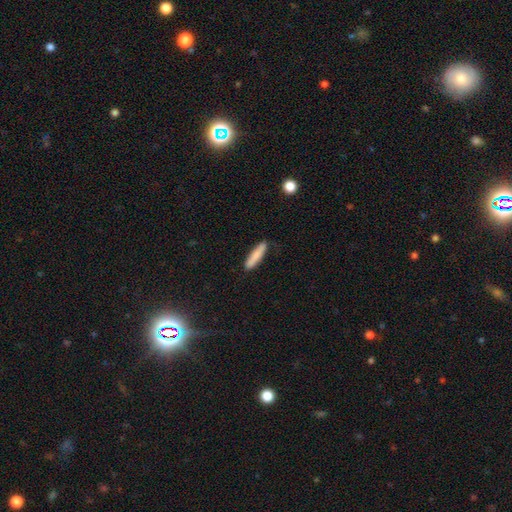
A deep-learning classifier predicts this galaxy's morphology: Overall: smooth (83%). How rounded: cigar-shaped (86%). Merging: none (85%).